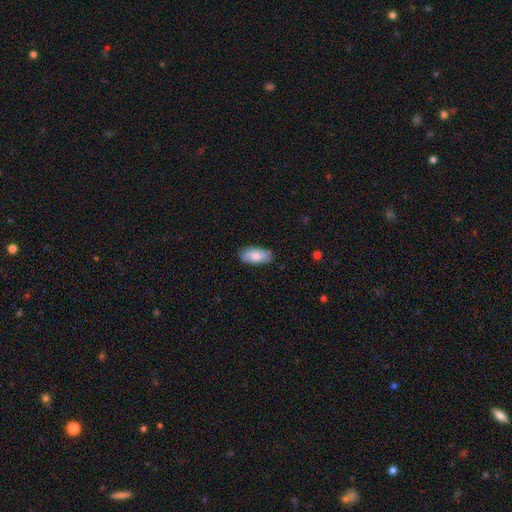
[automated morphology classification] Smooth or featured? Predicted: smooth (p=0.82). How rounded? Predicted: in between (p=0.89). Merging? Predicted: none (p=0.83).